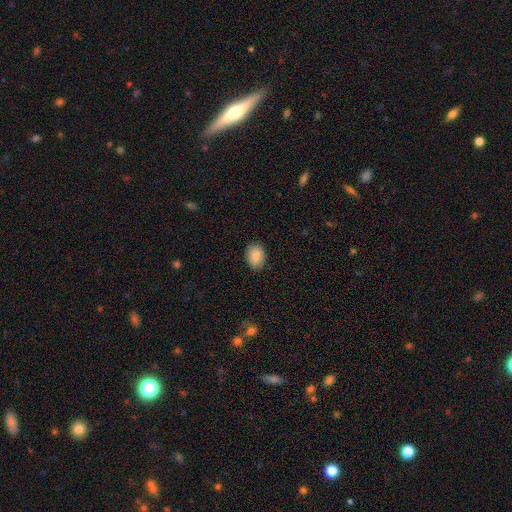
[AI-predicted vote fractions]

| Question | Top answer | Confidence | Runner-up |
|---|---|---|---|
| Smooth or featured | smooth | 88% | star or artifact (7%) |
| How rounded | in between | 76% | round (23%) |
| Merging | none | 83% | minor disturbance (13%) |